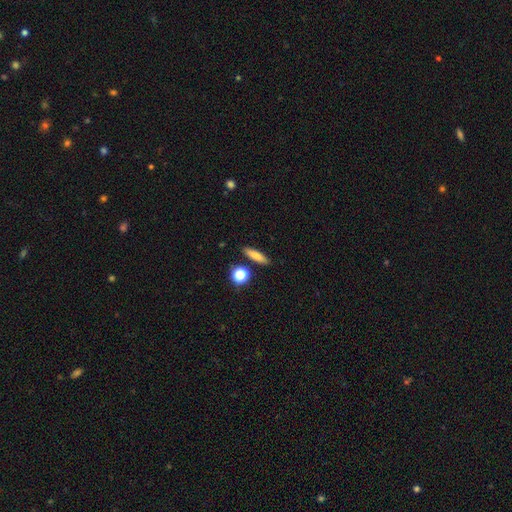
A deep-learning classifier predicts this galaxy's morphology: Overall: smooth (76%). How rounded: cigar-shaped (62%; in between 30%). Merging: none (85%).